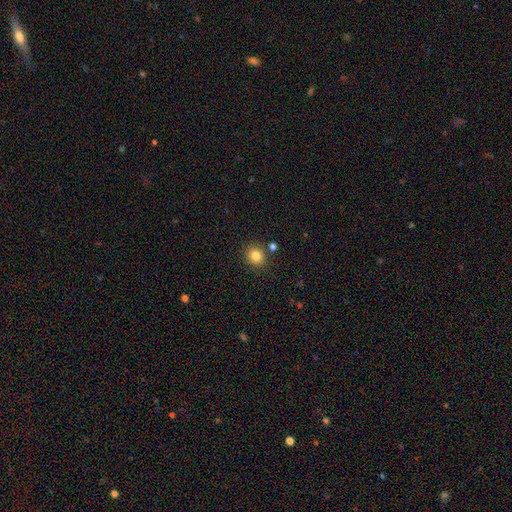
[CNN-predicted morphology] The model was most divided on "how rounded": round: 85%, in between: 14%, cigar-shaped: 1%. More confident: smooth or featured — smooth (83%); merging — none (82%).